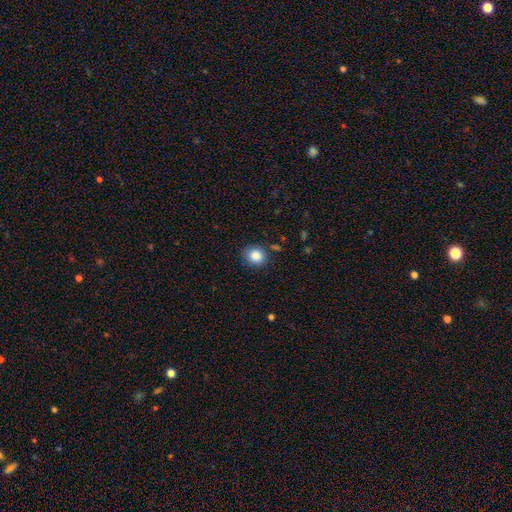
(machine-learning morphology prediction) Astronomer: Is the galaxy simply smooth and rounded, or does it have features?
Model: smooth — 86%.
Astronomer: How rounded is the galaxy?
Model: round — 79%.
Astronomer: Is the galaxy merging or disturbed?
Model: none — 84%.